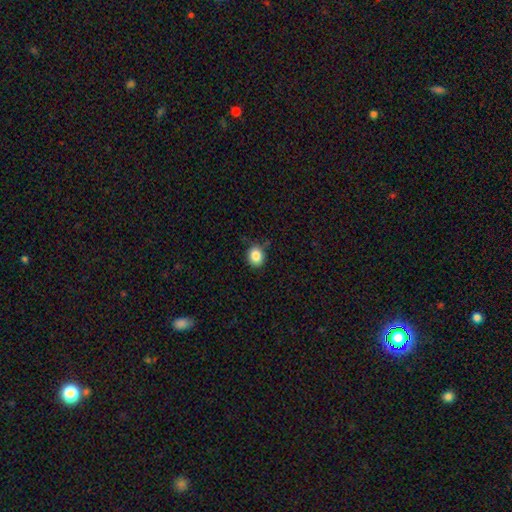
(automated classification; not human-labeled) Q: Smooth or featured?
A: smooth (86%); runner-up: star or artifact (10%)
Q: How rounded?
A: round (68%); runner-up: in between (31%)
Q: Merging?
A: none (83%); runner-up: minor disturbance (13%)